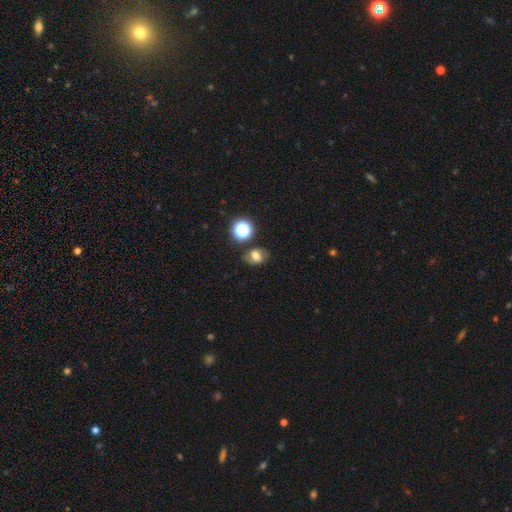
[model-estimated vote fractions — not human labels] smooth_or_featured: smooth (p=0.60) [alt: featured or disk p=0.24]
how_rounded: in between (p=0.60) [alt: round p=0.39]
merging: none (p=0.74) [alt: minor disturbance p=0.15]